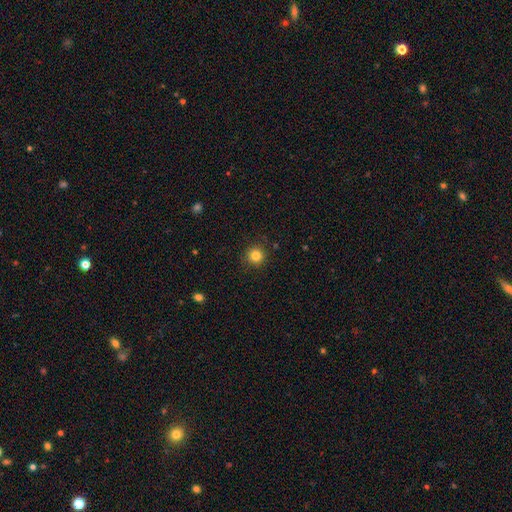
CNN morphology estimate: smooth_or_featured: smooth (p=0.82) [alt: star or artifact p=0.12]
how_rounded: round (p=0.94) [alt: in between p=0.05]
merging: none (p=0.90) [alt: minor disturbance p=0.06]